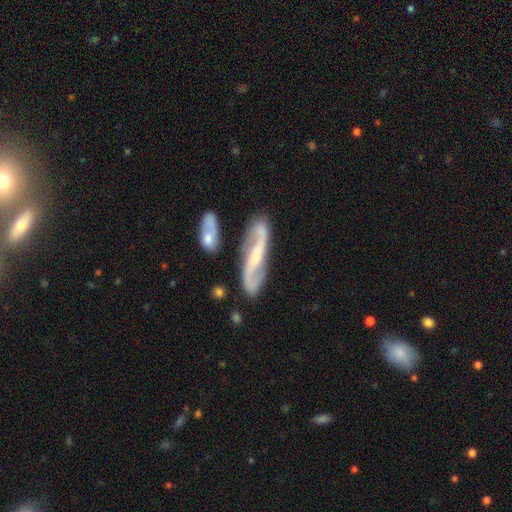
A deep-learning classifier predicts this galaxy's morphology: Smooth or featured?
  - featured or disk: 85% *
  - smooth: 10%
  - star or artifact: 5%
Edge-on disk?
  - no: 86% *
  - yes: 14%
Bar?
  - strong: 38% *
  - weak: 37%
  - no: 25%
Spiral arms?
  - yes: 96% *
  - no: 4%
Spiral winding?
  - medium: 45% *
  - loose: 39%
  - tight: 16%
Spiral arm count?
  - 2: 92% *
  - can't tell: 3%
  - 1: 1%
  - 3: 1%
  - 4: 1%
  - more than 4: 1%
Bulge size?
  - small: 49% *
  - moderate: 34%
  - none: 11%
  - large: 4%
  - dominant: 1%
Merging?
  - none: 77% *
  - minor disturbance: 12%
  - merger: 7%
  - major disturbance: 4%